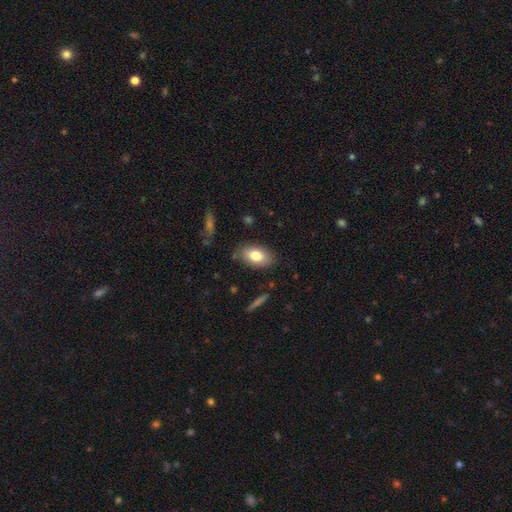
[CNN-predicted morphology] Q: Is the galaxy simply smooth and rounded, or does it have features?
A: smooth — 79%.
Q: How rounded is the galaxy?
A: in between — 91%.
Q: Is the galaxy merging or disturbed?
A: none — 84%.